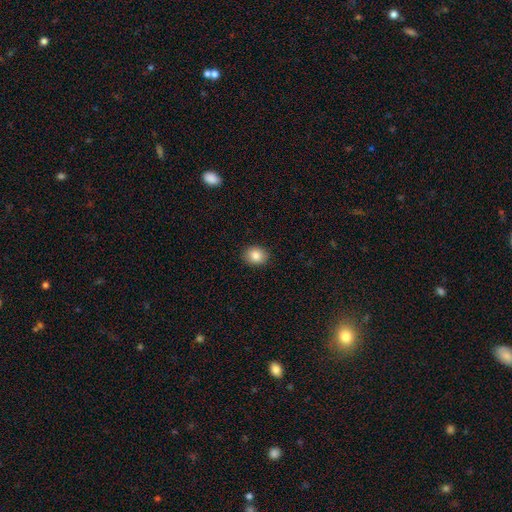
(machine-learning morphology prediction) This appears to be a smooth galaxy with no disk features (84%) that is round (59%). Merging: none (90%).